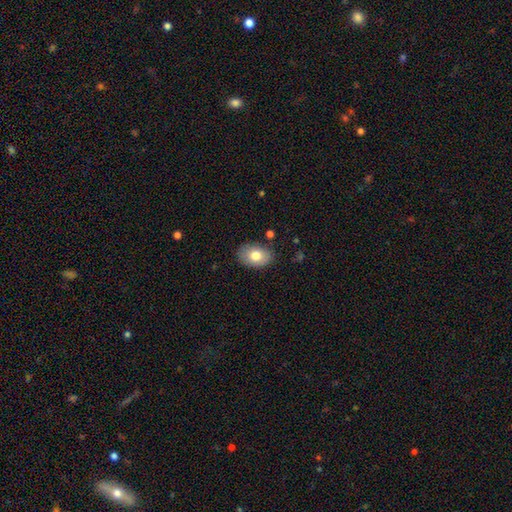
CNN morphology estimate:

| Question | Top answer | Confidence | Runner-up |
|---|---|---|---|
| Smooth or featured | smooth | 77% | featured or disk (16%) |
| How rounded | in between | 85% | round (14%) |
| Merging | none | 83% | minor disturbance (13%) |